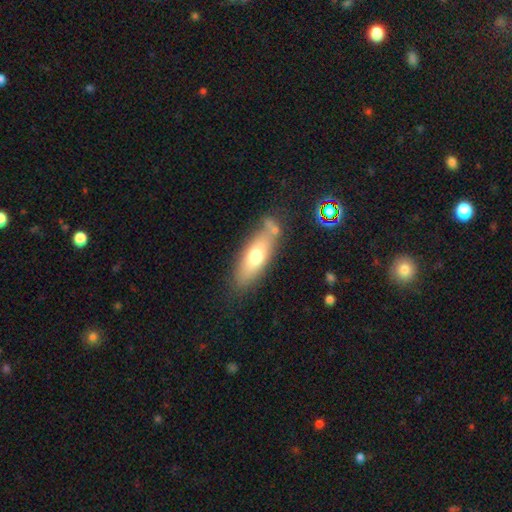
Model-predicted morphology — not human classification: Q: Smooth or featured?
A: smooth (66%); runner-up: featured or disk (27%)
Q: How rounded?
A: in between (63%); runner-up: cigar-shaped (34%)
Q: Merging?
A: none (66%); runner-up: minor disturbance (17%)